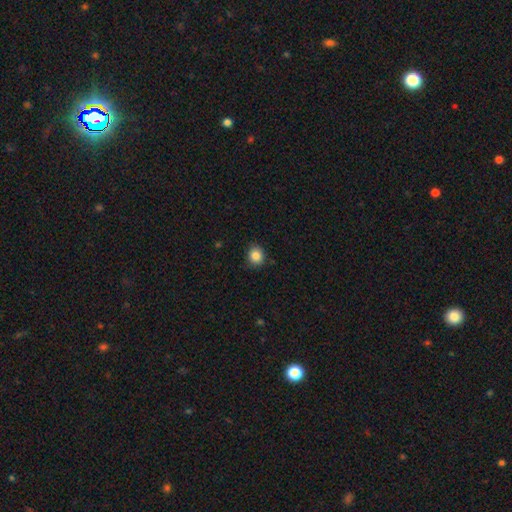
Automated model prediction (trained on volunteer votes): Smooth or featured: smooth — 86% (star or artifact — 10%)
How rounded: round — 83% (in between — 16%)
Merging: none — 84% (minor disturbance — 12%)